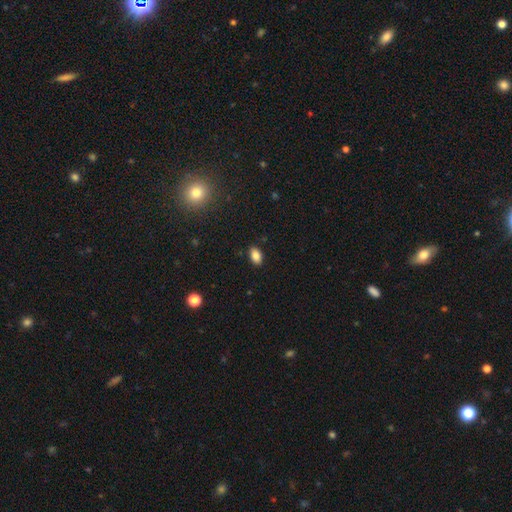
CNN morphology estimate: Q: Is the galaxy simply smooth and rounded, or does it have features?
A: smooth — 85%.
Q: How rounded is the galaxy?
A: in between — 89%.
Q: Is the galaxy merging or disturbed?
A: none — 87%.